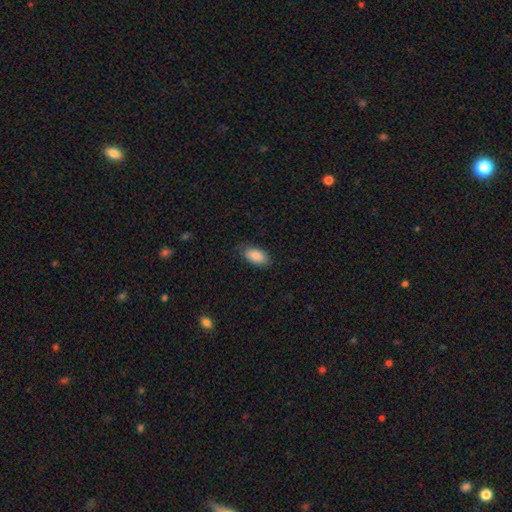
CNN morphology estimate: Smooth or featured: smooth — 88% (star or artifact — 6%)
How rounded: in between — 94% (round — 3%)
Merging: none — 78% (minor disturbance — 17%)